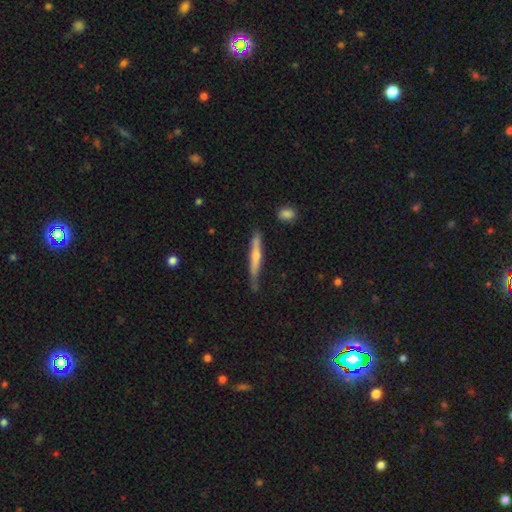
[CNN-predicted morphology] type=featured or disk (61%); edge-on=yes (95%); edge-on bulge=rounded (67%); merging=none (79%).